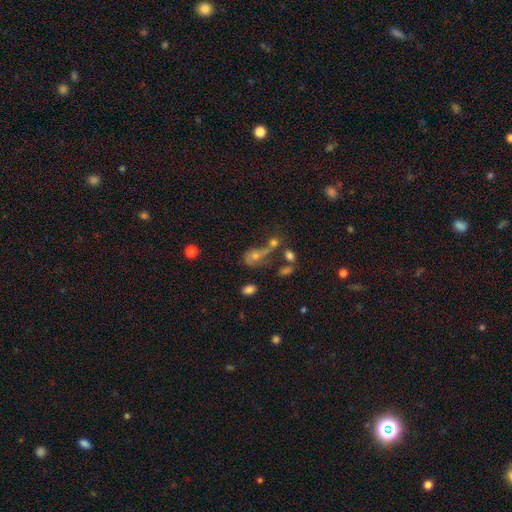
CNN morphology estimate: type=smooth (59%); roundness=in between (66%); merging=merger (37%).